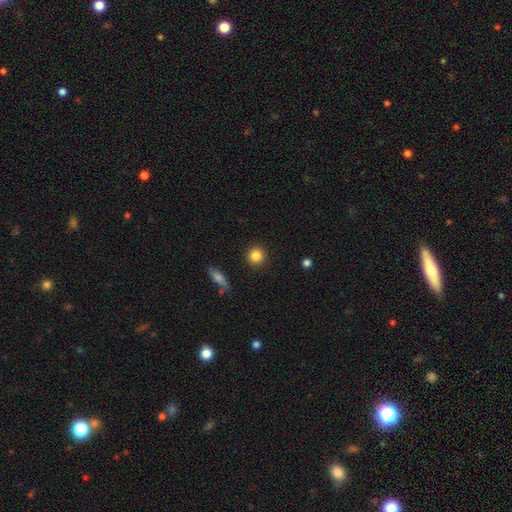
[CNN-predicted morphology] Smooth or featured?
  - smooth: 85% *
  - star or artifact: 9%
  - featured or disk: 5%
How rounded?
  - round: 92% *
  - in between: 6%
  - cigar-shaped: 1%
Merging?
  - none: 91% *
  - minor disturbance: 6%
  - major disturbance: 2%
  - merger: 2%